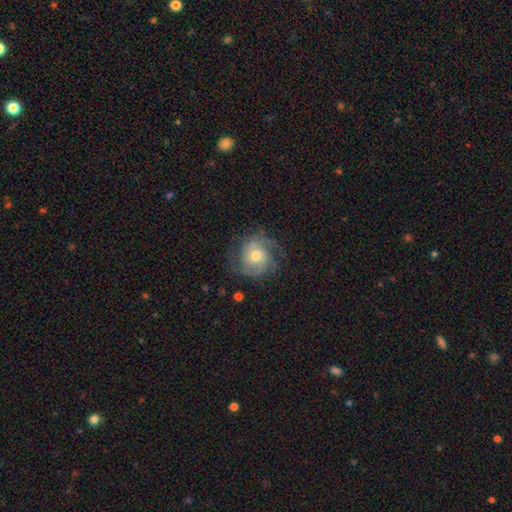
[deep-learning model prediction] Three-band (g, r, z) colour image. It shows a featured or disk galaxy (75%) with no bar (74%), 2 (52%) medium (42%, tied with tight) spiral arms (92%) and a moderate central bulge (61%). Merging: none (69%).